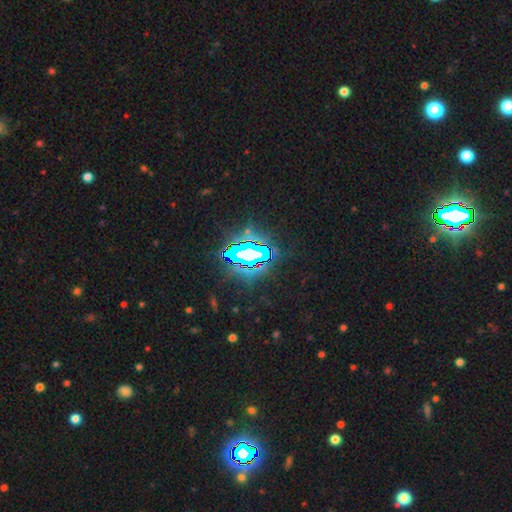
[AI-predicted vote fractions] smooth-or-featured: star or artifact: 77% | featured or disk: 12% | smooth: 11%